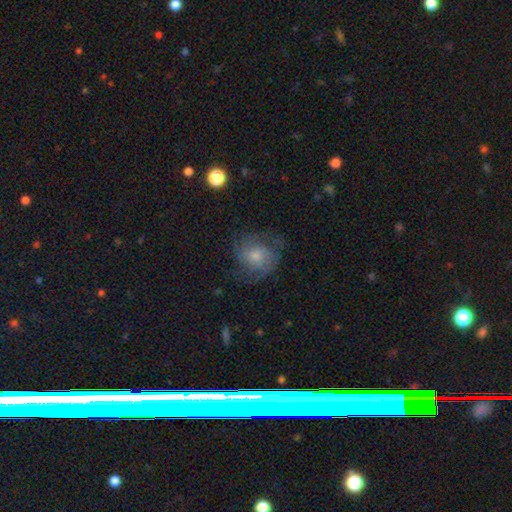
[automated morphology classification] featured or disk 52%, smooth 36%, star or artifact 11%. Down the decision tree: edge-on disk — no (97%); bar — no (76%); spiral arms — yes (81%); bulge size — small (50%); merging — none (63%).